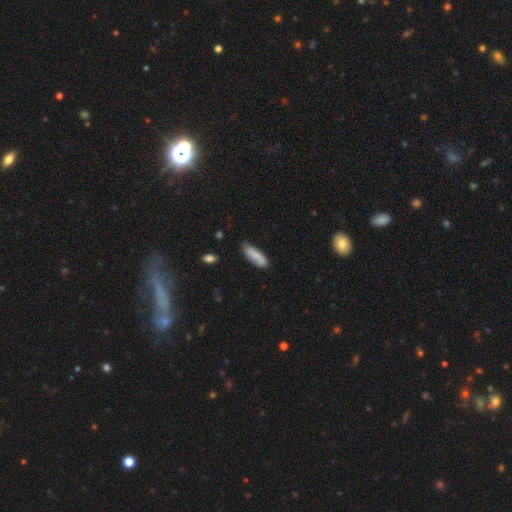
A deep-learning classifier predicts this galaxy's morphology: Q: Smooth or featured?
A: smooth (74%); runner-up: featured or disk (19%)
Q: How rounded?
A: in between (55%); runner-up: cigar-shaped (43%)
Q: Merging?
A: none (74%); runner-up: minor disturbance (19%)